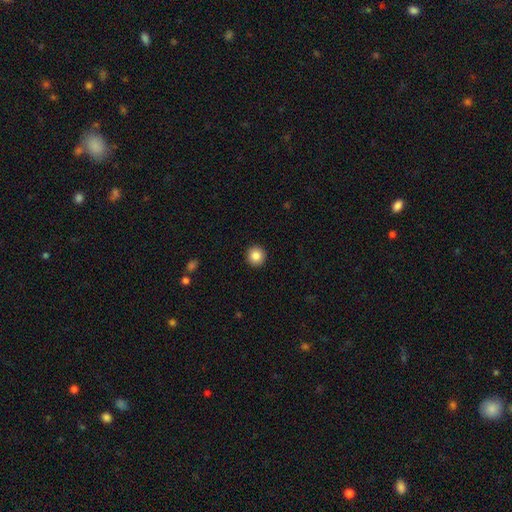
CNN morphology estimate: Smooth or featured?
  - smooth: 85% *
  - star or artifact: 10%
  - featured or disk: 5%
How rounded?
  - round: 95% *
  - in between: 4%
  - cigar-shaped: 1%
Merging?
  - none: 93% *
  - minor disturbance: 4%
  - major disturbance: 1%
  - merger: 1%